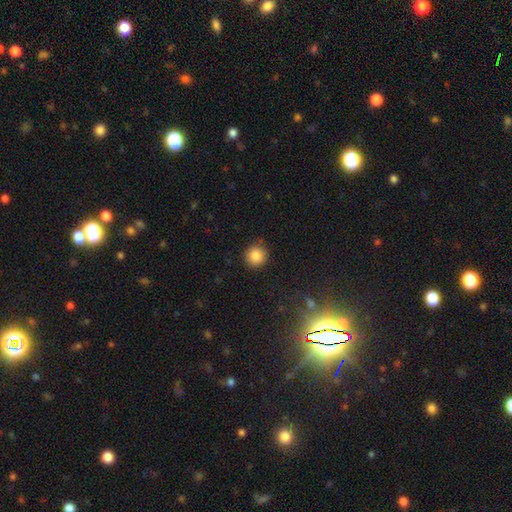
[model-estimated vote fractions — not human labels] This appears to be a smooth galaxy with no disk features (84%) that is round (93%). Merging: none (89%).